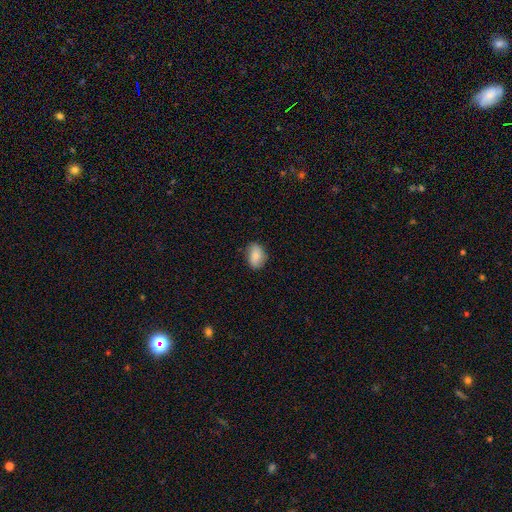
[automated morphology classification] Smooth or featured? Predicted: smooth (p=0.80). How rounded? Predicted: in between (p=0.80). Merging? Predicted: none (p=0.80).